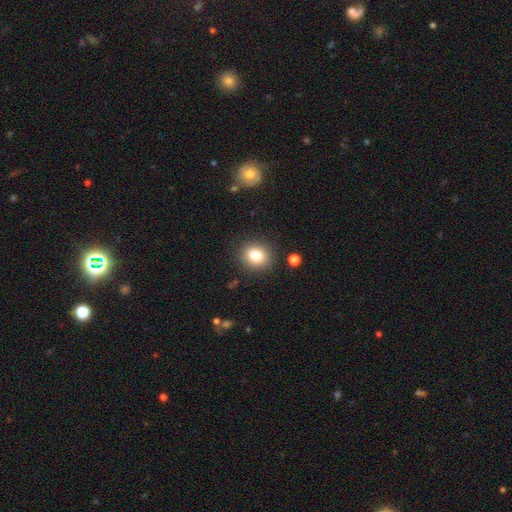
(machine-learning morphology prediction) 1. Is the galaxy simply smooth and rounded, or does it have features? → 81% smooth, 11% star or artifact, 8% featured or disk.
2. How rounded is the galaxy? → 70% round, 29% in between, 1% cigar-shaped.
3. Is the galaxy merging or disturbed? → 86% none, 9% minor disturbance, 3% major disturbance, 2% merger.